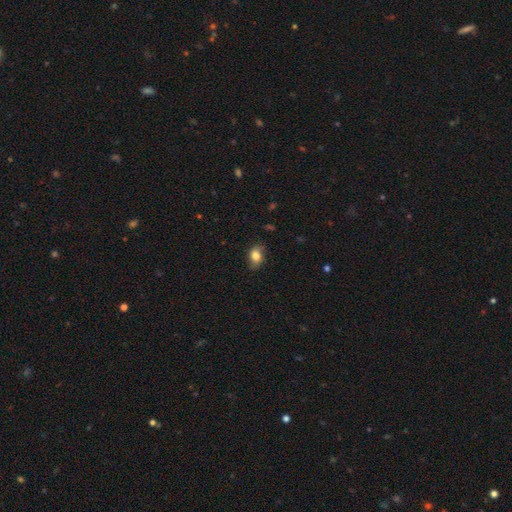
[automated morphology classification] A smooth galaxy with no disk features (82%) that is in between round and cigar-shaped (73%). Merging: none (79%).